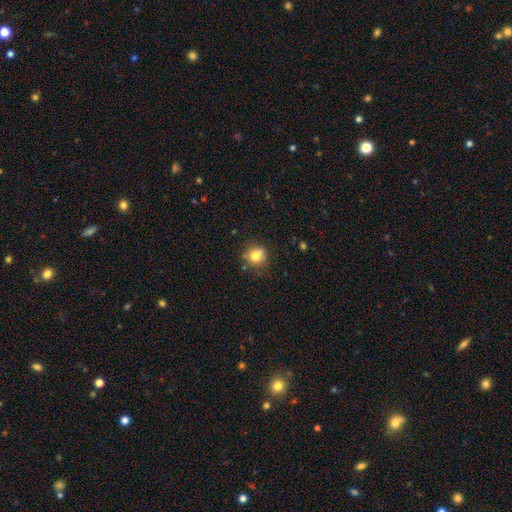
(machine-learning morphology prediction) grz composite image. It shows a smooth galaxy with no disk features (77%) that is round (84%). Merging: none (73%).